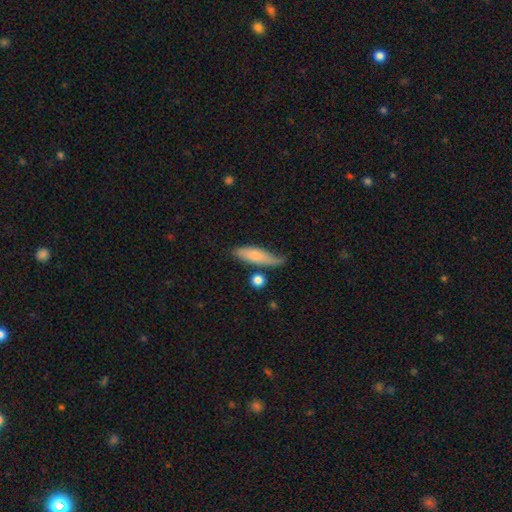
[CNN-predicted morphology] smooth 71%, featured or disk 23%, star or artifact 6%. Down the decision tree: how rounded — cigar-shaped (53%); merging — none (53%).